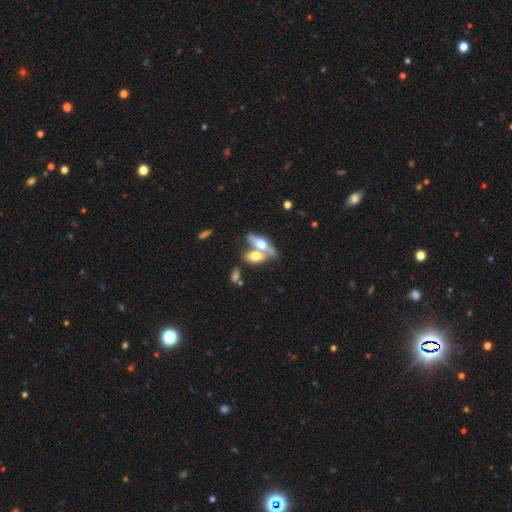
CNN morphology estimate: type=smooth (54%); roundness=in between (74%); merging=merger (61%).